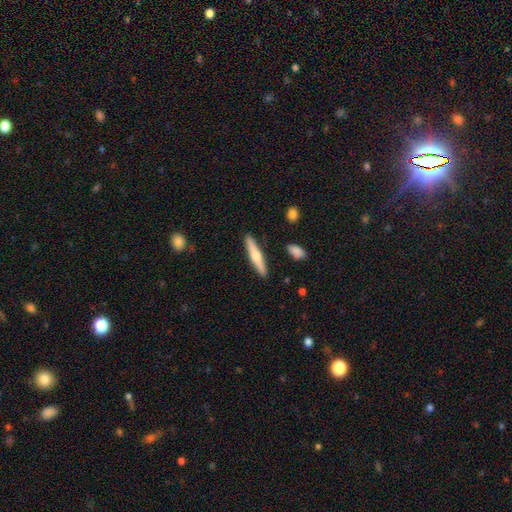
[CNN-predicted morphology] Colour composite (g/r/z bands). It shows a smooth galaxy with no disk features (48%). Merging: none (89%).